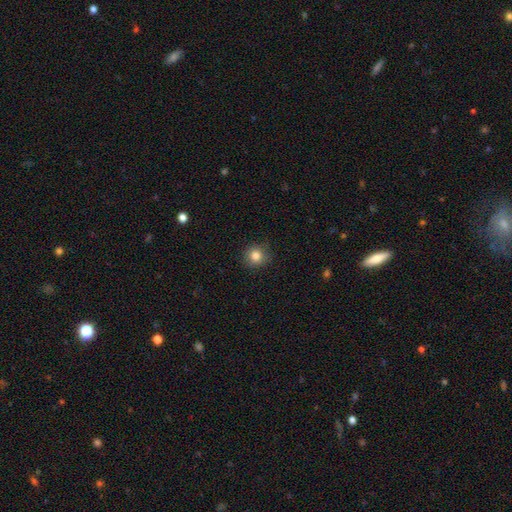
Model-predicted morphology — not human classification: Smooth or featured?
  - smooth: 83% *
  - star or artifact: 11%
  - featured or disk: 6%
How rounded?
  - round: 92% *
  - in between: 7%
  - cigar-shaped: 1%
Merging?
  - none: 88% *
  - minor disturbance: 9%
  - major disturbance: 2%
  - merger: 1%